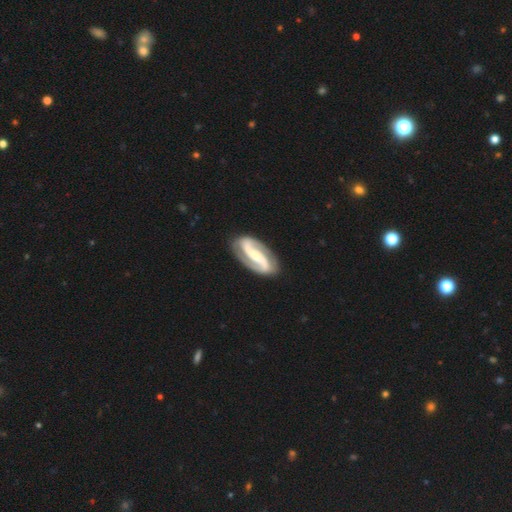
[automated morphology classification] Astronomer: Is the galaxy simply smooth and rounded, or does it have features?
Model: featured or disk — 89%.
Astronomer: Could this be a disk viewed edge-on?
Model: no — 96%.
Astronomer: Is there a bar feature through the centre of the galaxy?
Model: strong — 58%.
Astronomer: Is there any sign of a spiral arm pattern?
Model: yes — 97%.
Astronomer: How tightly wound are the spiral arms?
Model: medium — 45% (runner-up: tight, 28%).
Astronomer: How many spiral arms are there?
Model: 2 — 94%.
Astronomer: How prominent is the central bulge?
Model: small — 46% (runner-up: moderate, 41%).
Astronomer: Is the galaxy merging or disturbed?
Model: none — 85%.